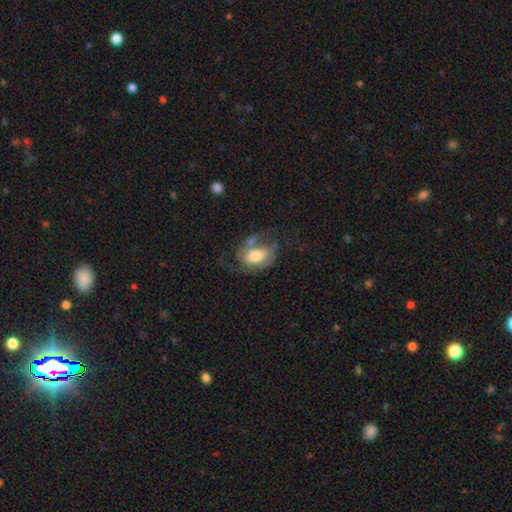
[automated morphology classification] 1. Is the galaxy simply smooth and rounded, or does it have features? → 50% featured or disk, 43% smooth, 7% star or artifact.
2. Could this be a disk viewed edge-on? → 94% no, 6% yes.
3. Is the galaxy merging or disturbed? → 38% none, 25% major disturbance, 23% minor disturbance, 14% merger.